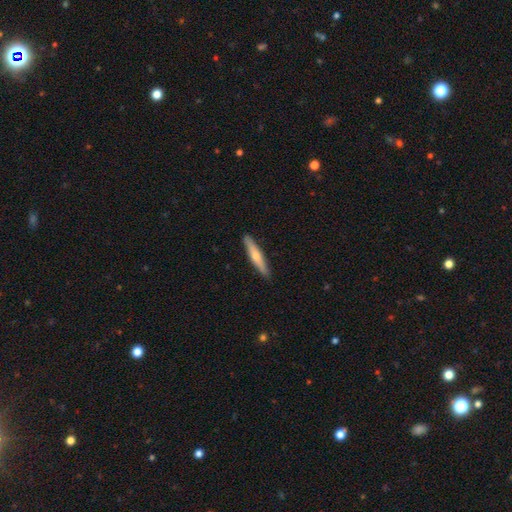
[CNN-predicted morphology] This appears to be a featured or disk galaxy (50%) viewed edge-on (94%). Merging: none (91%).